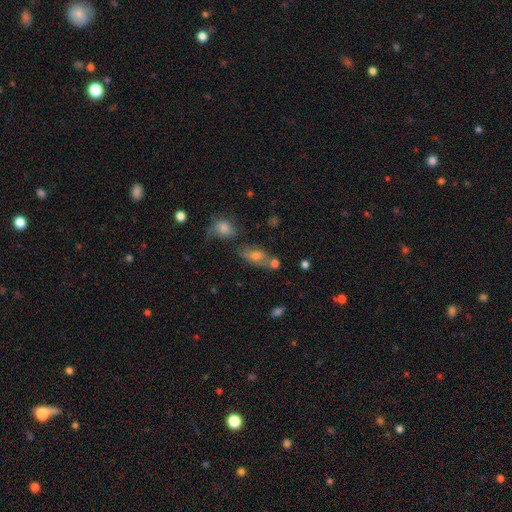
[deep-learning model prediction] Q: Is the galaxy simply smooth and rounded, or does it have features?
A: smooth — 56%.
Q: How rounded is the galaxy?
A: in between — 77%.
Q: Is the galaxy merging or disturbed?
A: none — 52%.